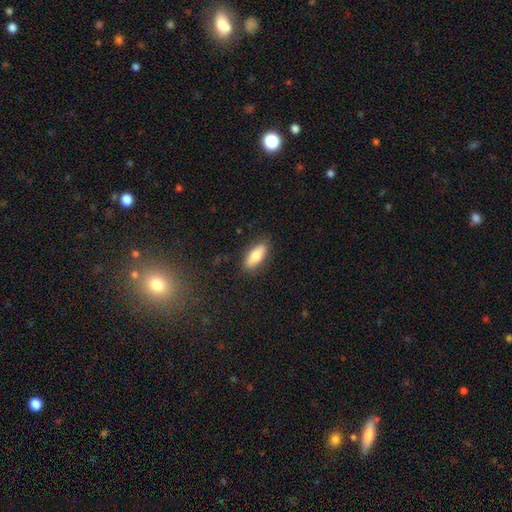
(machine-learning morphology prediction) Smooth or featured? Predicted: smooth (p=0.78). How rounded? Predicted: in between (p=0.75). Merging? Predicted: none (p=0.85).